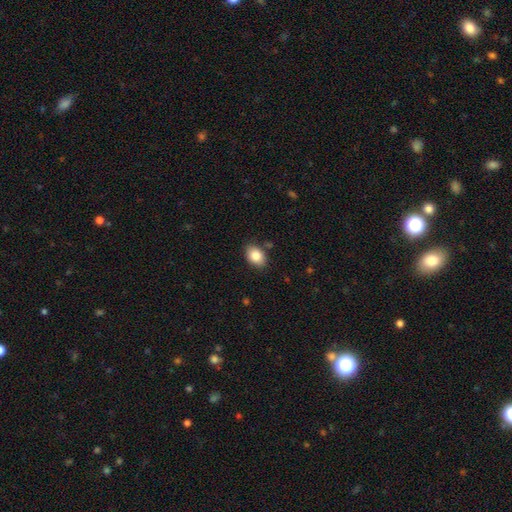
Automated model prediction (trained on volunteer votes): This is clearly a smooth galaxy (85%). How rounded: clearly in between (81%). Merging: clearly none (84%).